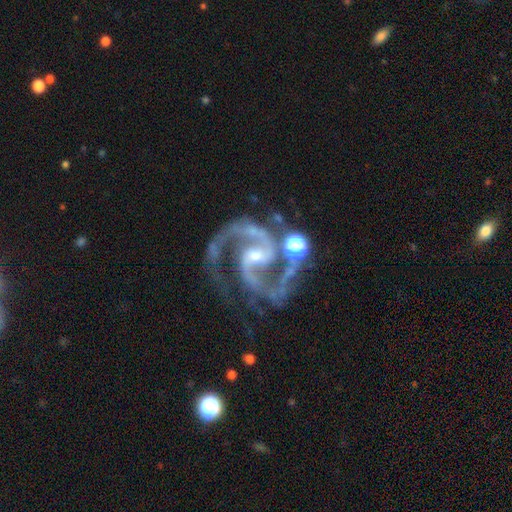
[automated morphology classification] This is clearly a featured or disk galaxy (92%). It is clearly not viewed edge-on (98%). Bar: marginally weak (40%). Spiral arm pattern: clearly yes (99%). Spiral arm count: clearly 2 (92%). Spiral winding: likely medium (64%). Central bulge: likely small (65%). Merging: possibly none (55%).